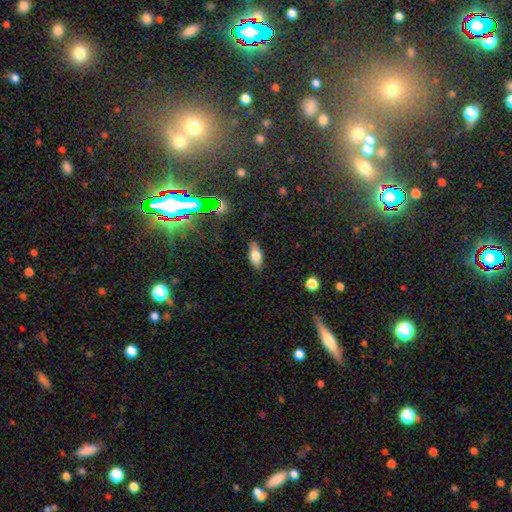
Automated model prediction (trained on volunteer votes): This appears to be a smooth galaxy with no disk features (73%) that is in between round and cigar-shaped (80%). Merging: none (86%).